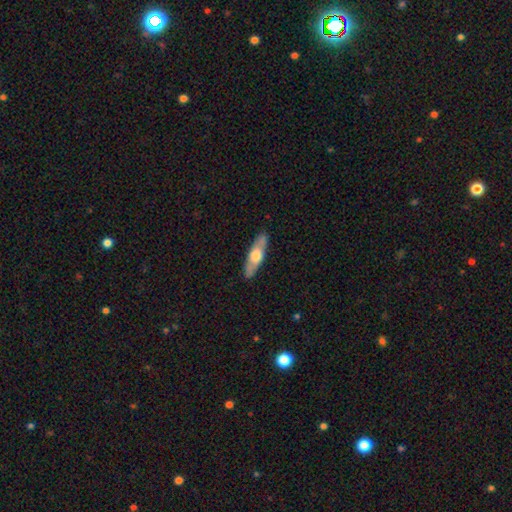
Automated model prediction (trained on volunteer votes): Q: Smooth or featured?
A: featured or disk (49%); runner-up: smooth (46%)
Q: Merging?
A: none (88%); runner-up: minor disturbance (9%)